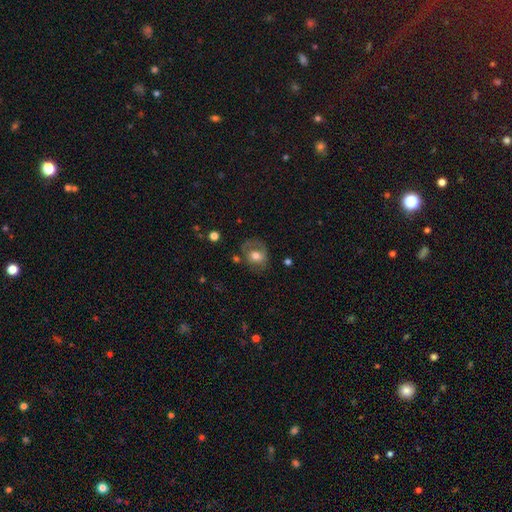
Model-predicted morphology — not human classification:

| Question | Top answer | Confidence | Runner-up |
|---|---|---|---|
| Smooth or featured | smooth | 55% | featured or disk (36%) |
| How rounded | round | 62% | in between (38%) |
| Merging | none | 56% | minor disturbance (24%) |